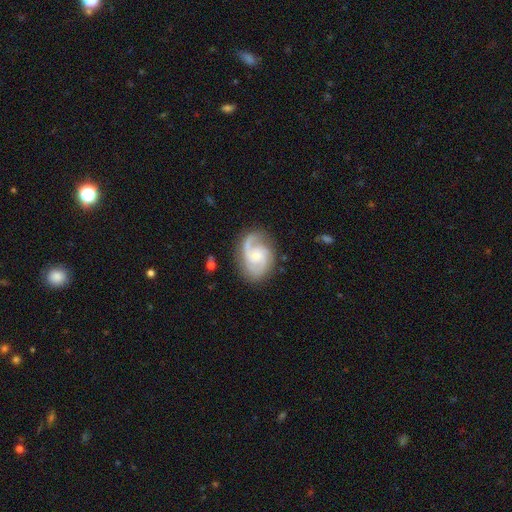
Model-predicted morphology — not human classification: This appears to be a featured or disk galaxy (86%) with no bar (61%), 2 (72%) medium (53%) spiral arms (97%) and a small central bulge (59%). Merging: none (74%).